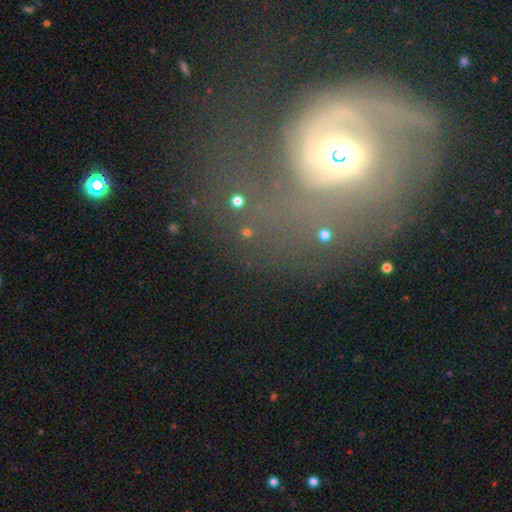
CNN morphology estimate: Smooth or featured? Predicted: featured or disk (p=0.76). Edge-on disk? Predicted: no (p=0.97). Bar? Predicted: no (p=0.55). Spiral arms? Predicted: yes (p=0.78). Spiral winding? Predicted: tight (p=0.50). Spiral arm count? Predicted: 2 (p=0.36). Bulge size? Predicted: moderate (p=0.59). Merging? Predicted: none (p=0.41).